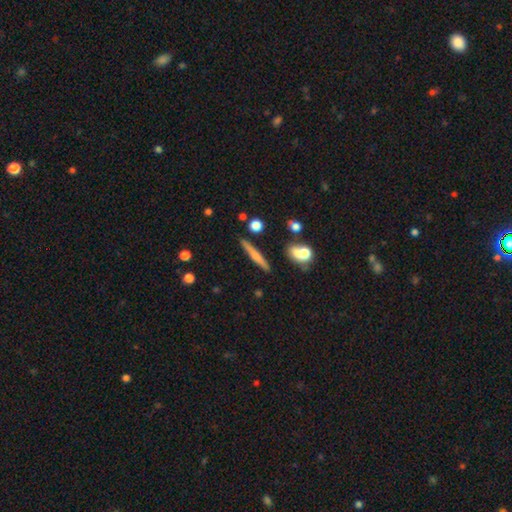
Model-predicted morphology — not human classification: Smooth or featured?
  - smooth: 50% *
  - featured or disk: 42%
  - star or artifact: 8%
How rounded?
  - cigar-shaped: 89% *
  - in between: 7%
  - round: 3%
Merging?
  - none: 84% *
  - minor disturbance: 9%
  - merger: 4%
  - major disturbance: 2%